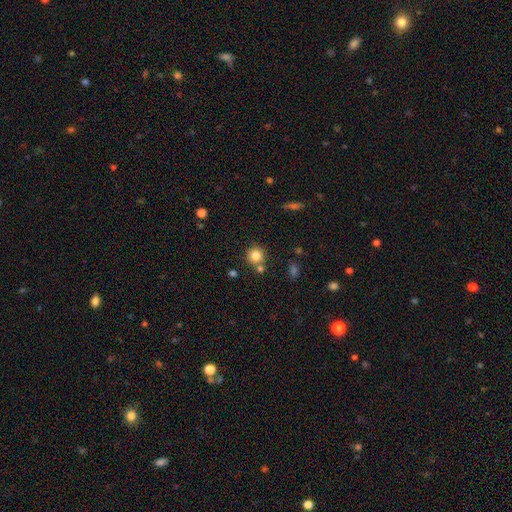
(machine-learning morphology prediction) Q: Smooth or featured?
A: smooth (82%); runner-up: star or artifact (11%)
Q: How rounded?
A: round (92%); runner-up: in between (7%)
Q: Merging?
A: none (72%); runner-up: merger (16%)